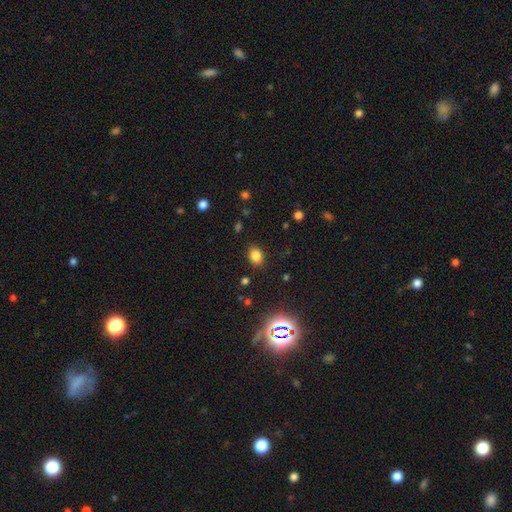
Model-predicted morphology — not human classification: The model was most divided on "how rounded": in between: 65%, round: 34%, cigar-shaped: 1%. More confident: merging — none (86%); smooth or featured — smooth (80%).